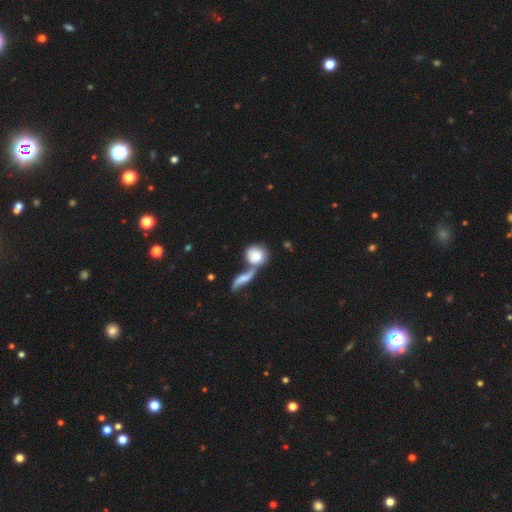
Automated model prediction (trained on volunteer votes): The model was most divided on "merging": merger: 56%, none: 26%, minor disturbance: 10%, major disturbance: 7%. More confident: how rounded — round (71%); smooth or featured — smooth (71%).